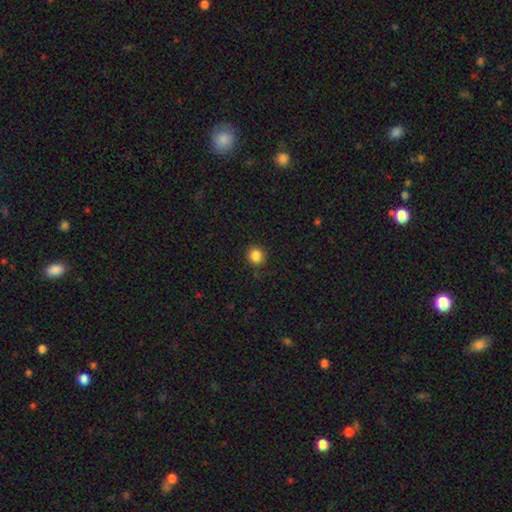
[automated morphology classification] Smooth or featured? Predicted: smooth (p=0.86). How rounded? Predicted: round (p=0.90). Merging? Predicted: none (p=0.89).